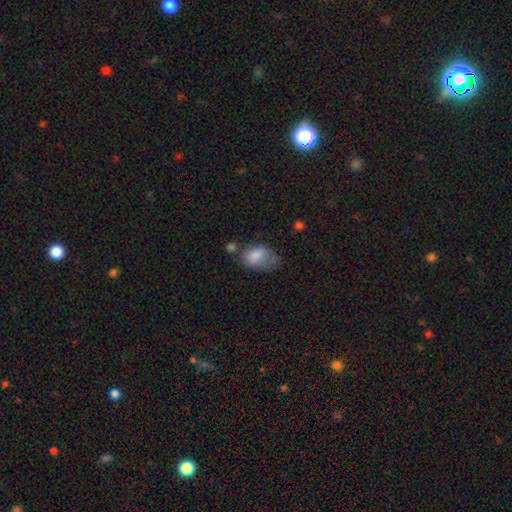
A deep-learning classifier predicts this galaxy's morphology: type=smooth (78%); roundness=in between (86%); merging=minor disturbance (34%).